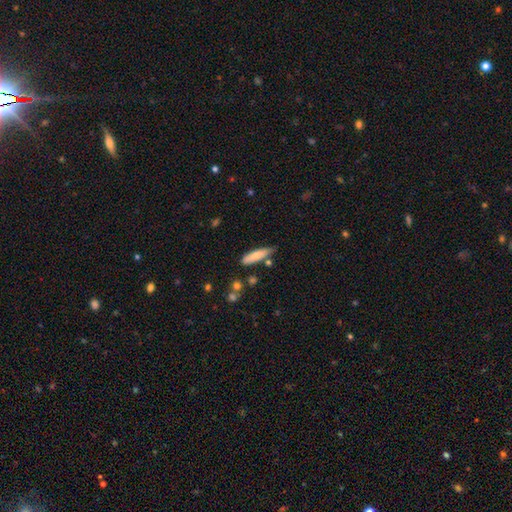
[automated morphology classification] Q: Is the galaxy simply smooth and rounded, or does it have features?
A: smooth — 74%.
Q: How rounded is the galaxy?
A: cigar-shaped — 73%.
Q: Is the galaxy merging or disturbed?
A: none — 71%.